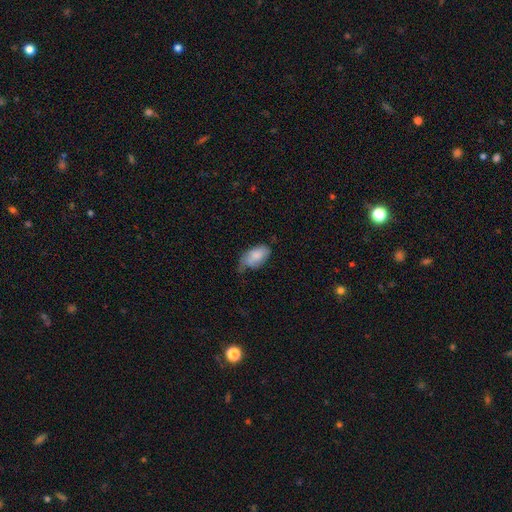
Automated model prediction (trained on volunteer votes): This appears to be a smooth galaxy with no disk features (76%) that is in between round and cigar-shaped (93%). Merging: minor disturbance (45%).